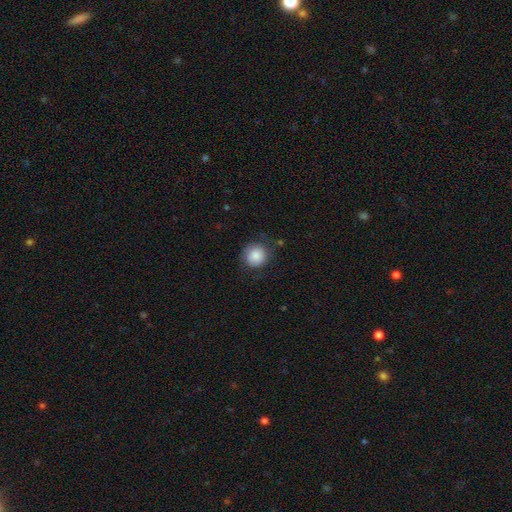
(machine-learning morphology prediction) This is clearly a smooth galaxy (85%). How rounded: clearly round (90%). Merging: likely none (79%).